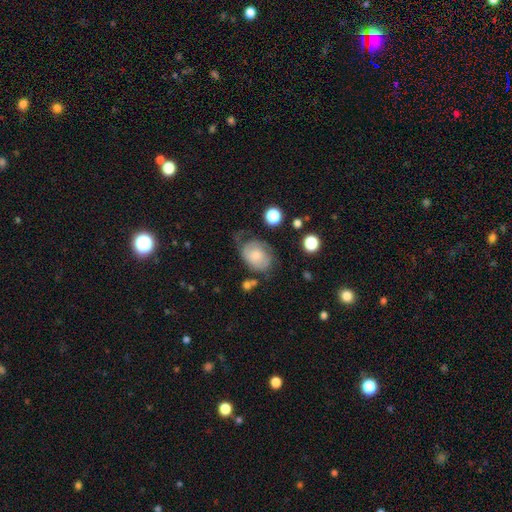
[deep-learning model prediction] The model was most divided on "merging": none: 38%, minor disturbance: 29%, major disturbance: 28%, merger: 5%. More confident: edge-on disk — no (97%); spiral arms — yes (79%); bar — no (77%); bulge size — small (54%); smooth or featured — featured or disk (52%).